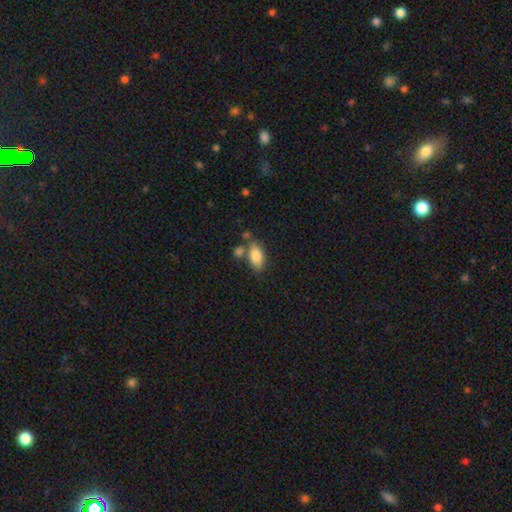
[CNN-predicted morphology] A smooth galaxy with no disk features (83%) that is in between round and cigar-shaped (91%).

Vote fractions:
- Smooth or featured? smooth: 83% / featured or disk: 10% / star or artifact: 7%
- How rounded? in between: 91% / round: 5% / cigar-shaped: 4%
- Merging? none: 61% / merger: 20% / minor disturbance: 15% / major disturbance: 5%